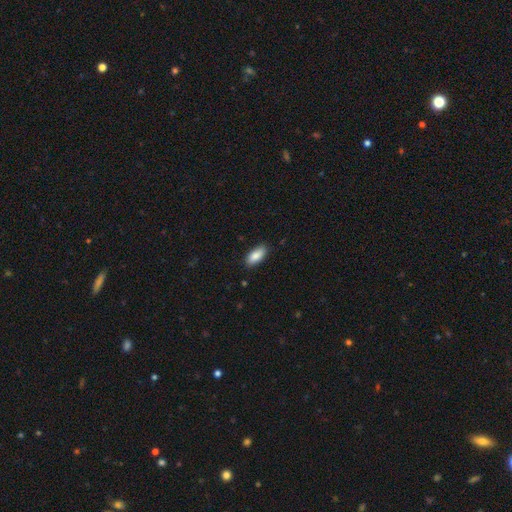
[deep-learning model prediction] smooth 88%, star or artifact 6%, featured or disk 6%. Down the decision tree: how rounded — in between (88%); merging — none (86%).